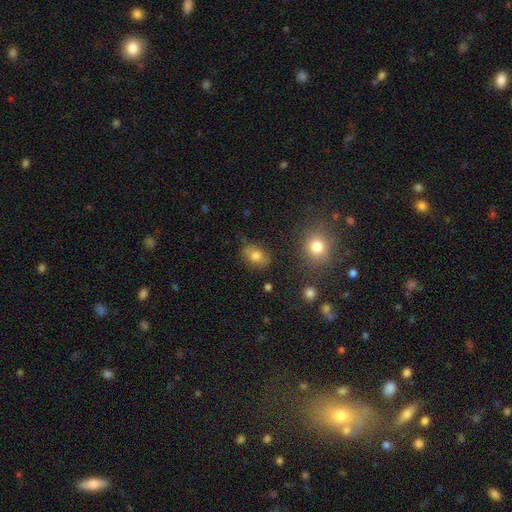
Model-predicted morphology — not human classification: A smooth galaxy with no disk features (77%) that is in between round and cigar-shaped (73%). Merging: none (78%).